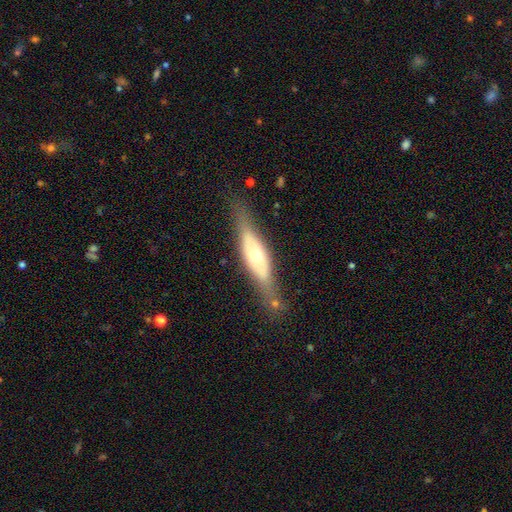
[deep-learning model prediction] The model was most divided on "smooth or featured": featured or disk: 60%, smooth: 34%, star or artifact: 6%. More confident: merging — none (68%); edge-on disk — yes (64%).